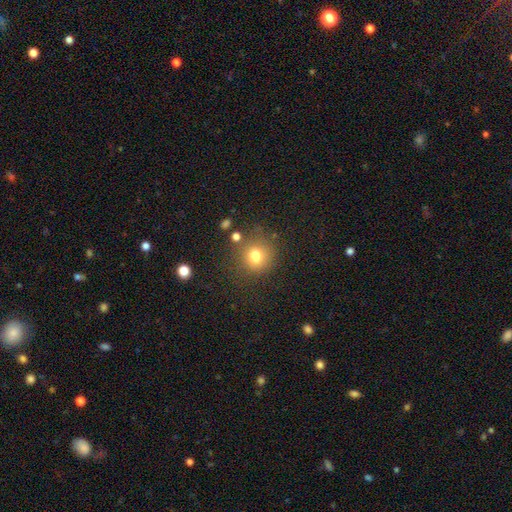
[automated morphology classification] type=smooth (76%); roundness=round (78%); merging=none (70%).